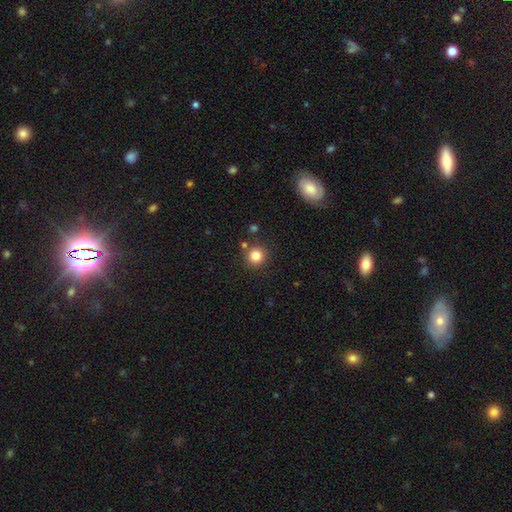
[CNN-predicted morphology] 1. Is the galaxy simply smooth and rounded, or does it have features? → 83% smooth, 12% star or artifact, 5% featured or disk.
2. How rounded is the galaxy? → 93% round, 6% in between, 1% cigar-shaped.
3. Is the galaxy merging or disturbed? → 83% none, 7% minor disturbance, 7% merger, 3% major disturbance.